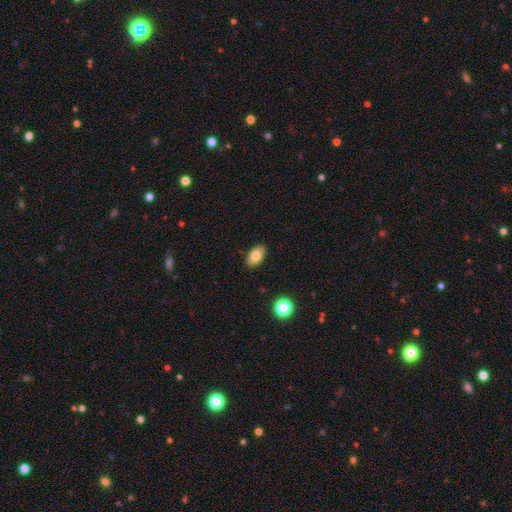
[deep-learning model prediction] Morphology: type=smooth (79%); roundness=in between (91%); merging=none (89%).